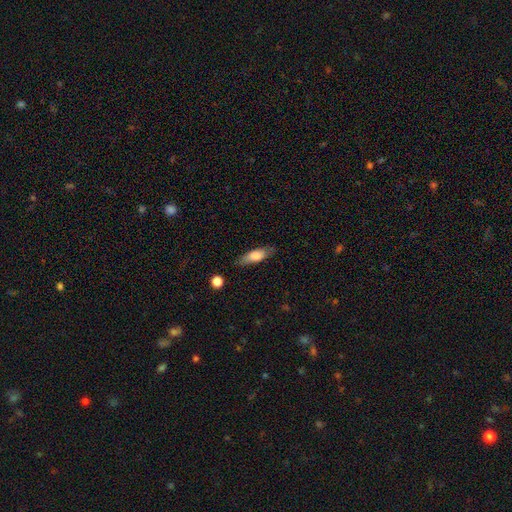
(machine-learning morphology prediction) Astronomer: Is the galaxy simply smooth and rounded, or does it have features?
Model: smooth — 75%.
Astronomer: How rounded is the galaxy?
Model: in between — 54% (runner-up: cigar-shaped, 43%).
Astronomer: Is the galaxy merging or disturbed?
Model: none — 79%.